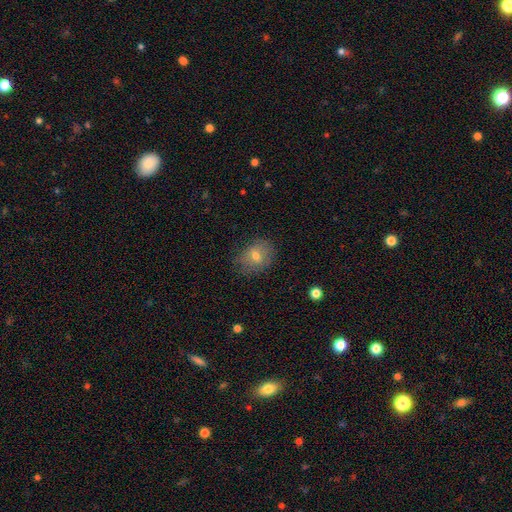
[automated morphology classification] A smooth galaxy with no disk features (70%) that is in between round and cigar-shaped (53%). Merging: none (76%).